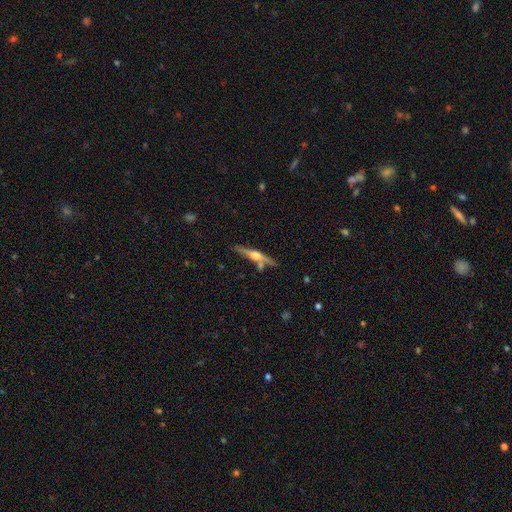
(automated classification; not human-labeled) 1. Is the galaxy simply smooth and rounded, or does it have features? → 73% featured or disk, 21% smooth, 6% star or artifact.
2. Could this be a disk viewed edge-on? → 97% yes, 3% no.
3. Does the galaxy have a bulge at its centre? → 91% rounded, 5% boxy, 4% none.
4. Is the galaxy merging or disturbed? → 75% none, 13% minor disturbance, 10% merger, 3% major disturbance.